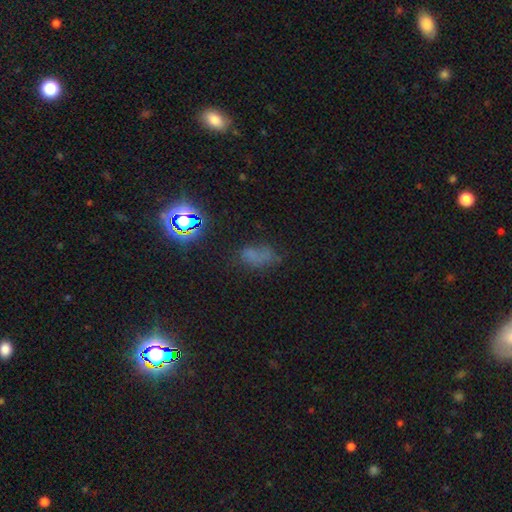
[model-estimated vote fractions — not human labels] This is possibly a smooth galaxy (49%). Merging: possibly none (49%).